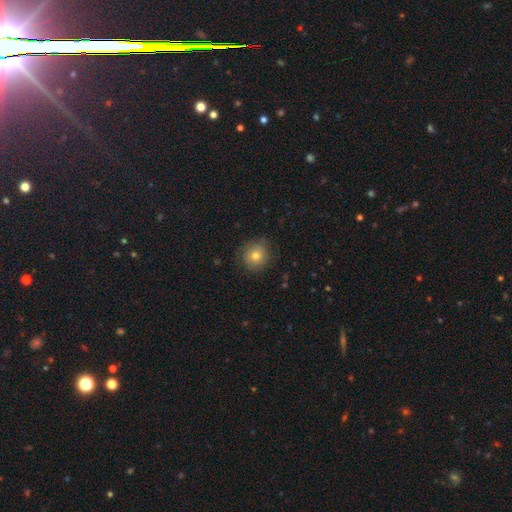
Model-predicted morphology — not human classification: Smooth or featured?
  - smooth: 76% *
  - star or artifact: 12%
  - featured or disk: 12%
How rounded?
  - round: 91% *
  - in between: 8%
  - cigar-shaped: 1%
Merging?
  - none: 82% *
  - minor disturbance: 13%
  - major disturbance: 4%
  - merger: 1%